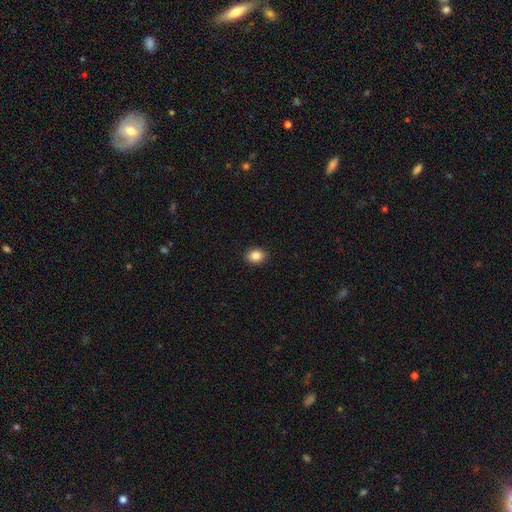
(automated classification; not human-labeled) This appears to be a smooth galaxy with no disk features (86%) that is in between round and cigar-shaped (53%). Merging: none (91%).